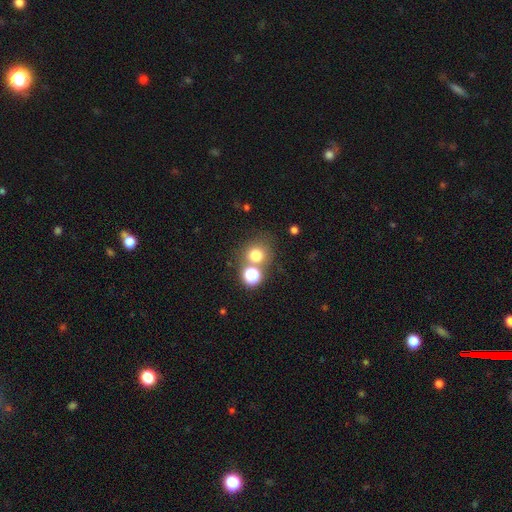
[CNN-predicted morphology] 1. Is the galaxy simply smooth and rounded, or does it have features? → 71% smooth, 19% star or artifact, 9% featured or disk.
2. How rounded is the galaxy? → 87% round, 12% in between, 1% cigar-shaped.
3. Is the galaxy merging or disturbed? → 62% none, 23% merger, 9% minor disturbance, 5% major disturbance.